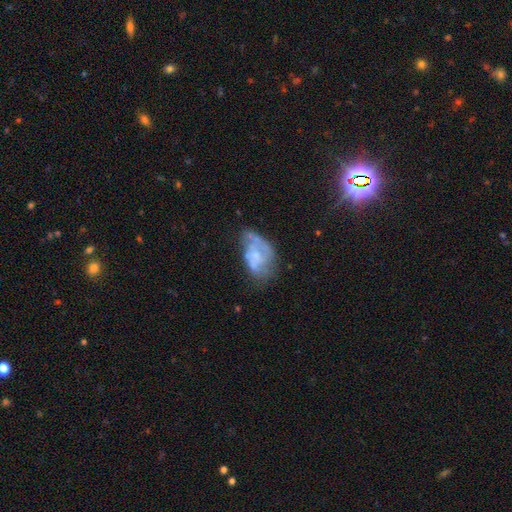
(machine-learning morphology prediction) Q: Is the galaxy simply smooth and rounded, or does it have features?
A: featured or disk — 59%.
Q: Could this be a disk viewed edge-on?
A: no — 97%.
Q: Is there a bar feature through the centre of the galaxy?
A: no — 74%.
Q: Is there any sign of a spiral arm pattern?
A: yes — 52%.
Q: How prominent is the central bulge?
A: small — 44%.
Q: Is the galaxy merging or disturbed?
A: none — 35%.